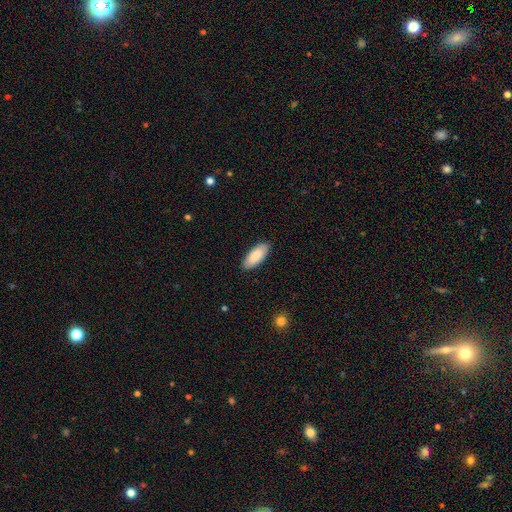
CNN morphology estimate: This is clearly a smooth galaxy (88%). How rounded: clearly in between (84%). Merging: clearly none (89%).